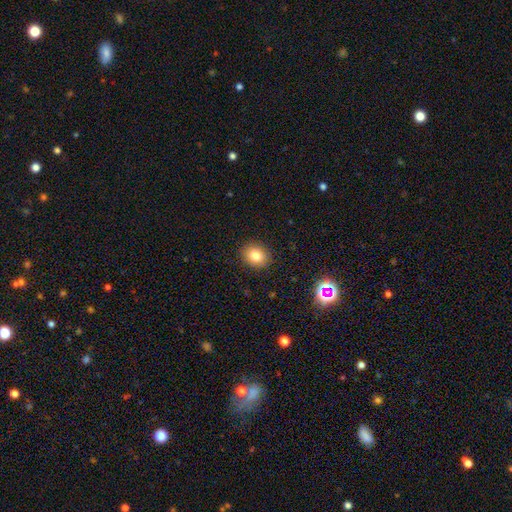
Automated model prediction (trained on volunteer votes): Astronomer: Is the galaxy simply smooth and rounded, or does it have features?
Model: smooth — 80%.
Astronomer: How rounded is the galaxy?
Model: round — 62%.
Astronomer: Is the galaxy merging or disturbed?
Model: none — 89%.